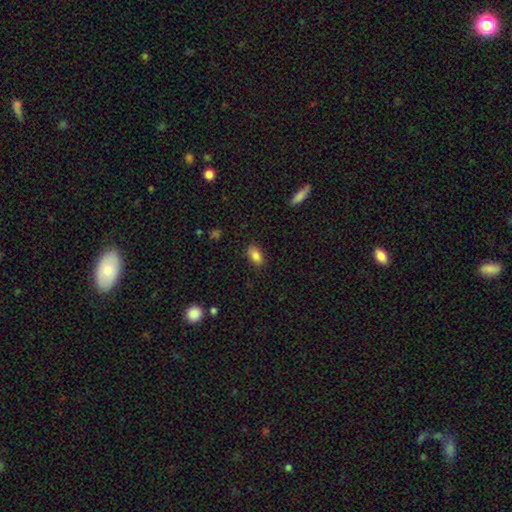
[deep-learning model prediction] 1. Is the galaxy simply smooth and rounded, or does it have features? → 85% smooth, 9% star or artifact, 6% featured or disk.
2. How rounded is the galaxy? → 89% in between, 7% round, 4% cigar-shaped.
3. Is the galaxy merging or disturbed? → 86% none, 11% minor disturbance, 3% major disturbance, 1% merger.